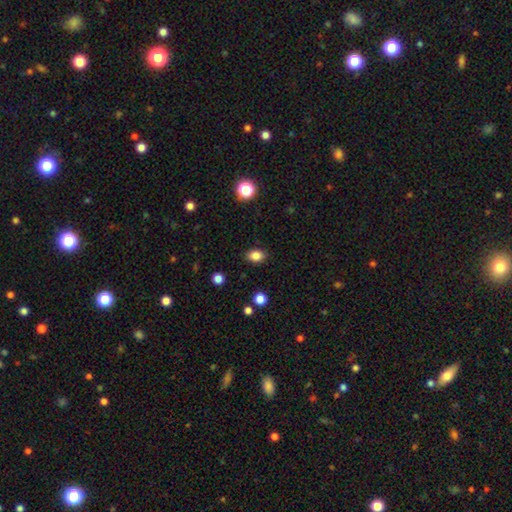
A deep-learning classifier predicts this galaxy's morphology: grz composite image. It shows a smooth galaxy with no disk features (85%) that is in between round and cigar-shaped (74%). Merging: none (87%).